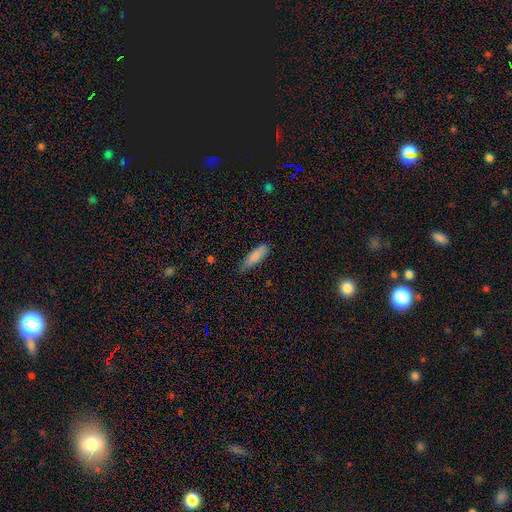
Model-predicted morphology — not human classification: A smooth galaxy with no disk features (85%) that is cigar-shaped (54%). Merging: none (70%).